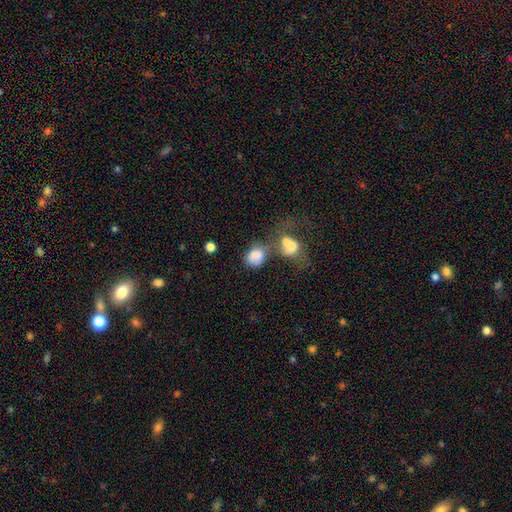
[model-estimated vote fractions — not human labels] Smooth or featured: smooth — 77% (featured or disk — 14%)
How rounded: in between — 53% (round — 45%)
Merging: merger — 54% (none — 21%)